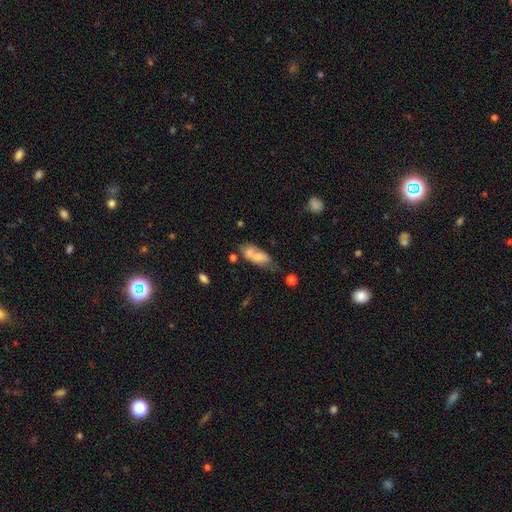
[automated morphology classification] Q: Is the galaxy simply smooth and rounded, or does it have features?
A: smooth — 64%.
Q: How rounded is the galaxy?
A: in between — 79%.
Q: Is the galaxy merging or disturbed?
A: none — 31%.